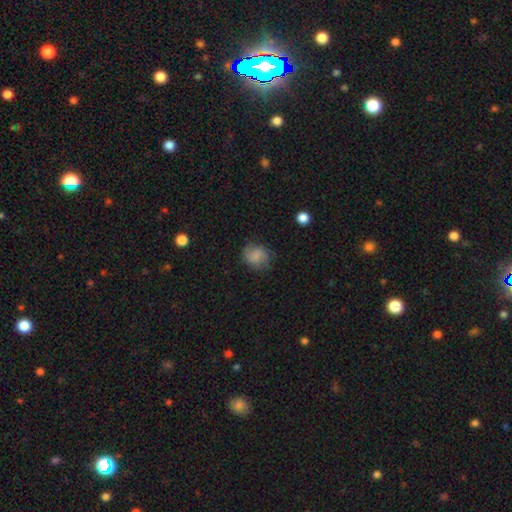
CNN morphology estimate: A smooth galaxy with no disk features (68%) that is round (70%). Merging: none (73%).